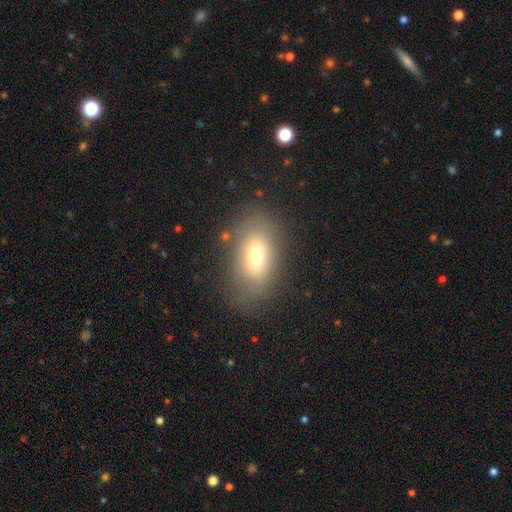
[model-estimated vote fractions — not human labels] Smooth or featured?
  - smooth: 69% *
  - featured or disk: 20%
  - star or artifact: 11%
How rounded?
  - in between: 85% *
  - round: 13%
  - cigar-shaped: 3%
Merging?
  - none: 72% *
  - minor disturbance: 17%
  - major disturbance: 9%
  - merger: 2%